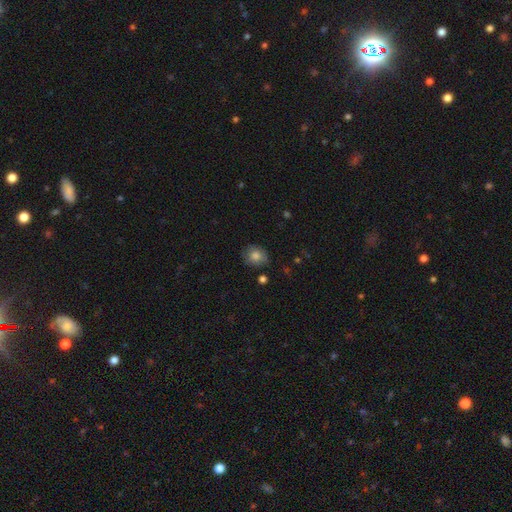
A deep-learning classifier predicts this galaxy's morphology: Smooth or featured?
  - smooth: 80% *
  - featured or disk: 11%
  - star or artifact: 9%
How rounded?
  - round: 68% *
  - in between: 31%
  - cigar-shaped: 1%
Merging?
  - none: 79% *
  - minor disturbance: 16%
  - major disturbance: 3%
  - merger: 2%